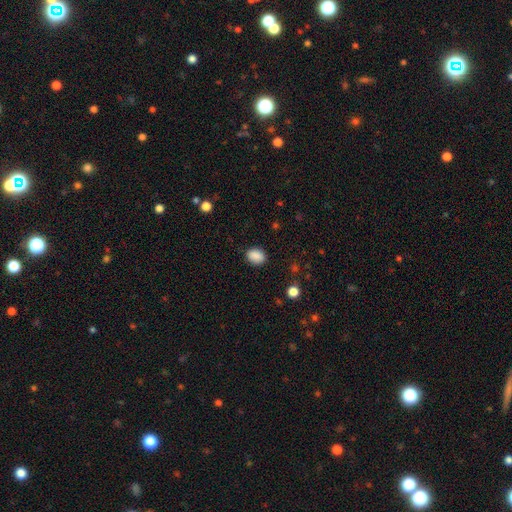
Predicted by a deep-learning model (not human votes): Overall: smooth (88%). How rounded: in between (66%; round 33%). Merging: none (86%).